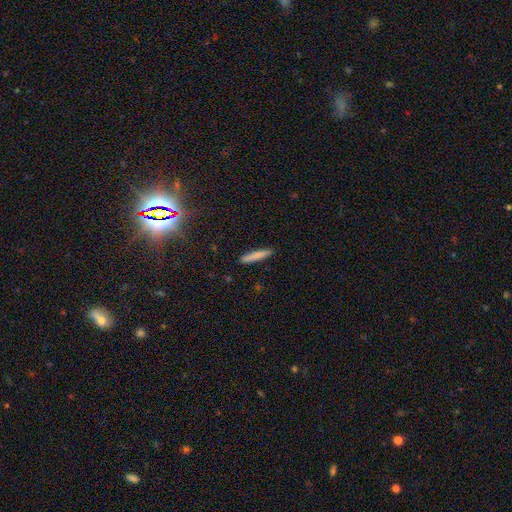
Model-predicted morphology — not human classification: smooth_or_featured: smooth (p=0.81) [alt: featured or disk p=0.12]
how_rounded: cigar-shaped (p=0.92) [alt: in between p=0.07]
merging: none (p=0.90) [alt: minor disturbance p=0.07]